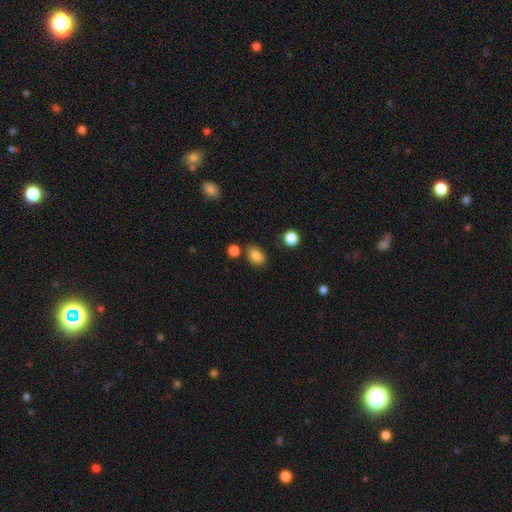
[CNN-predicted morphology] Smooth or featured? smooth (83%)
How rounded? in between (66%)
Merging? none (76%)